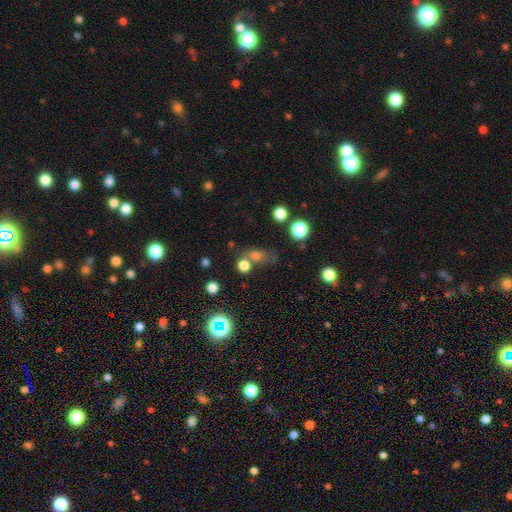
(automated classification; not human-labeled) Q: Smooth or featured?
A: smooth (66%); runner-up: star or artifact (22%)
Q: How rounded?
A: in between (49%); runner-up: round (43%)
Q: Merging?
A: none (50%); runner-up: merger (27%)